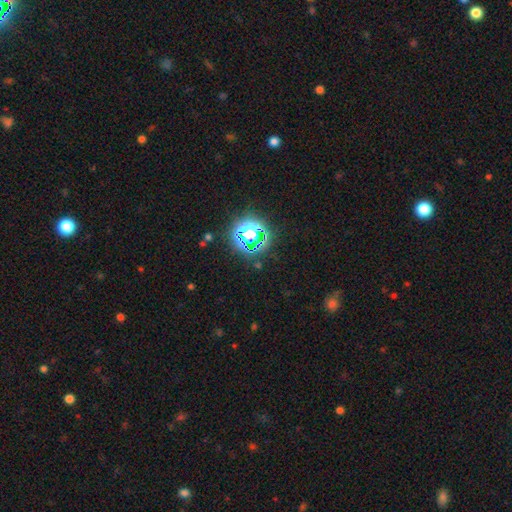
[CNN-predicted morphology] Overall: star or artifact (75%).